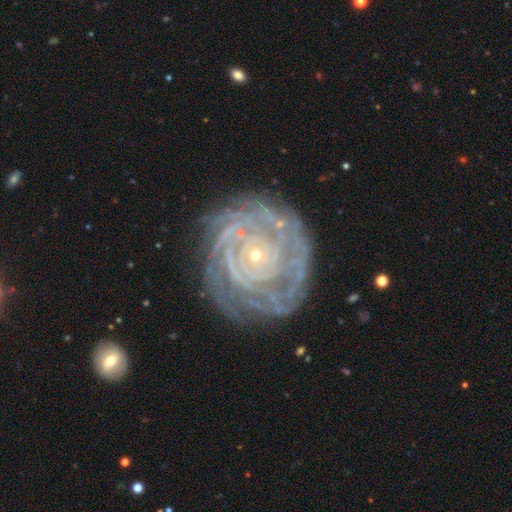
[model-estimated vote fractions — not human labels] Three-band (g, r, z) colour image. It shows a featured or disk galaxy (87%) with no bar (81%), tight (86%) spiral arms (96%) and a small central bulge (88%). Merging: none (75%).